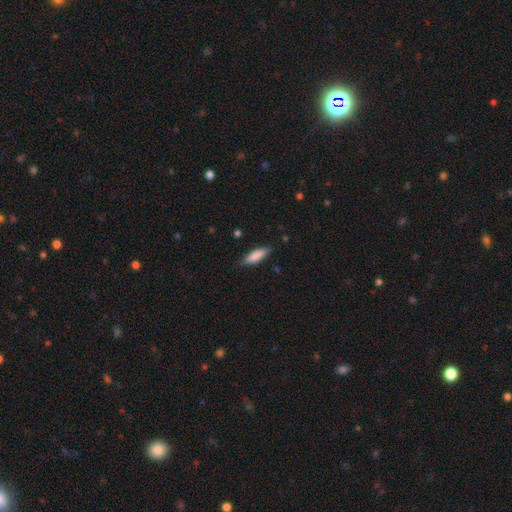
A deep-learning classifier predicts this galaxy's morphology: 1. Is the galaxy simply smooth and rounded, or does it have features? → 81% smooth, 13% featured or disk, 6% star or artifact.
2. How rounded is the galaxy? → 52% cigar-shaped, 46% in between, 2% round.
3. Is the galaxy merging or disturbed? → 78% none, 17% minor disturbance, 3% major disturbance, 1% merger.